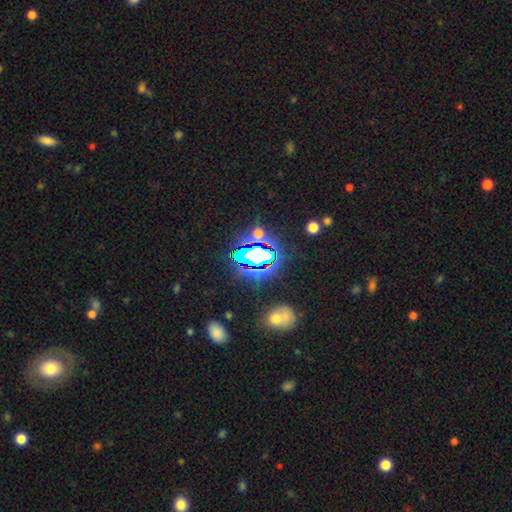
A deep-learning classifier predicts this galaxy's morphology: A star or artifact, not a galaxy (67%).

Vote fractions:
- Smooth or featured? star or artifact: 67% / smooth: 19% / featured or disk: 14%